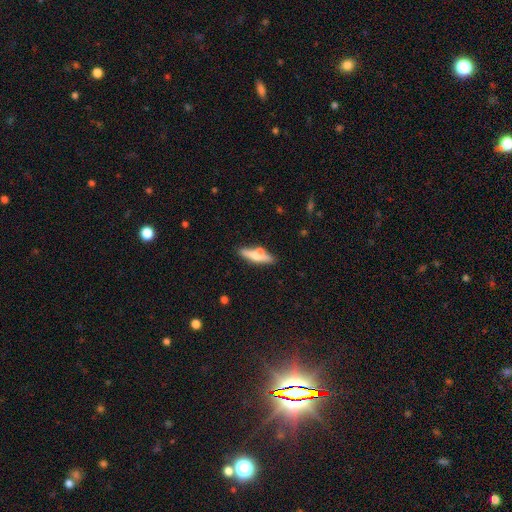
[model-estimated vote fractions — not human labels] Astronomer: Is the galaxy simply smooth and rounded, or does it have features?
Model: smooth — 53% (runner-up: featured or disk, 41%).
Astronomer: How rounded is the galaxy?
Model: cigar-shaped — 73%.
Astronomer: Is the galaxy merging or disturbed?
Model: none — 67%.